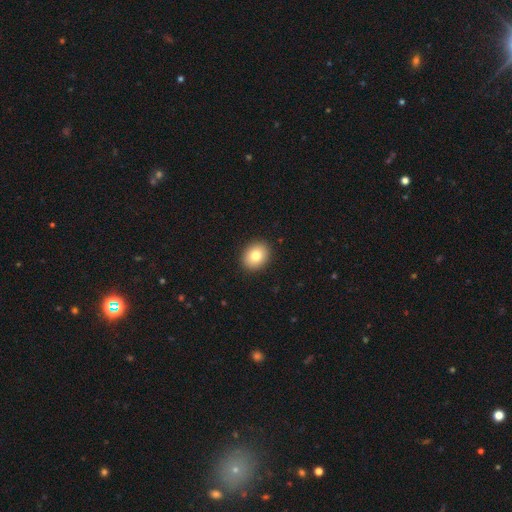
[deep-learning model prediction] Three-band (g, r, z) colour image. It shows a smooth galaxy with no disk features (81%) that is round (54%). Merging: none (91%).